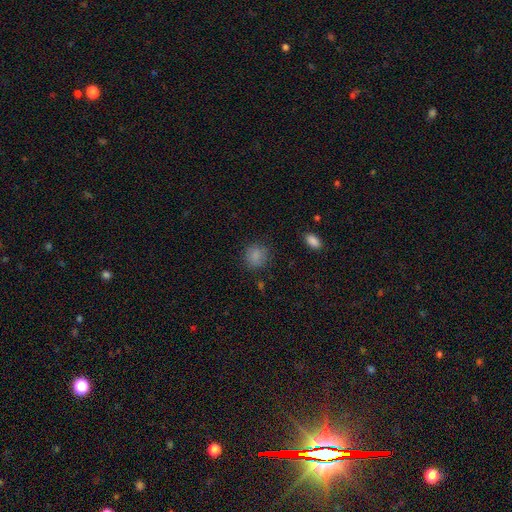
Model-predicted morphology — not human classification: Smooth or featured?
  - smooth: 84% *
  - star or artifact: 11%
  - featured or disk: 5%
How rounded?
  - round: 81% *
  - in between: 18%
  - cigar-shaped: 1%
Merging?
  - none: 82% *
  - minor disturbance: 12%
  - major disturbance: 4%
  - merger: 2%